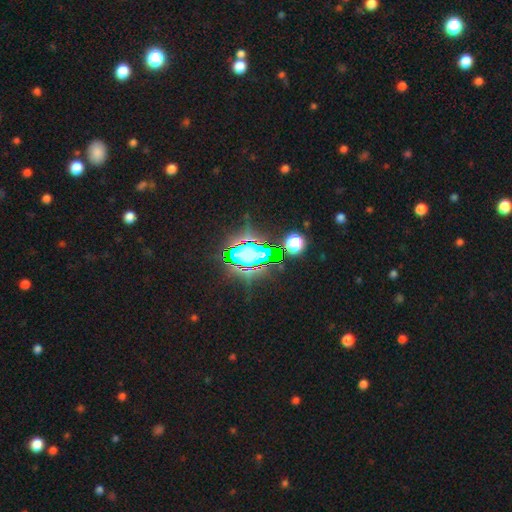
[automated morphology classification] A star or artifact, not a galaxy (80%).